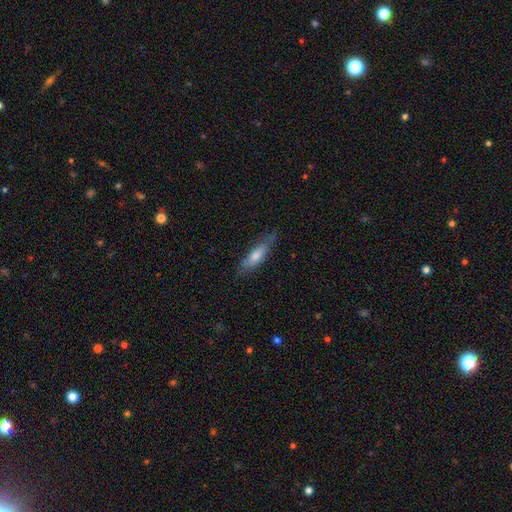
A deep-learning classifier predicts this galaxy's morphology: Smooth or featured?
  - smooth: 58% *
  - featured or disk: 35%
  - star or artifact: 7%
How rounded?
  - cigar-shaped: 64% *
  - in between: 34%
  - round: 2%
Merging?
  - none: 74% *
  - minor disturbance: 20%
  - major disturbance: 4%
  - merger: 1%